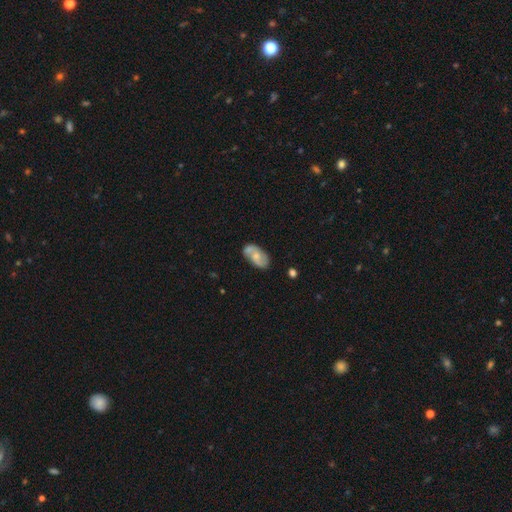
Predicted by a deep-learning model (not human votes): Morphology: type=featured or disk (55%); edge-on=no (95%); bar=no (61%); spiral arms=yes (83%); bulge=moderate (43%); merging=none (60%).